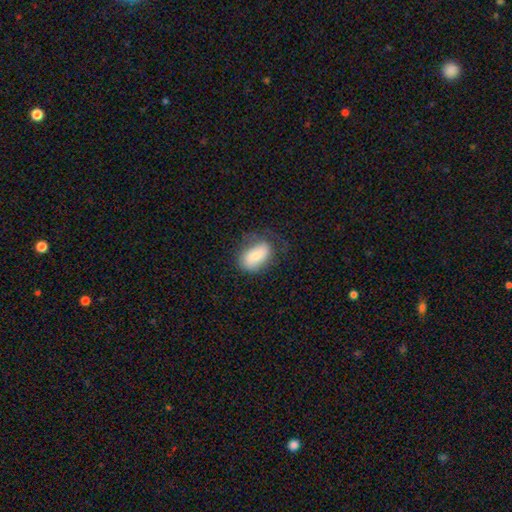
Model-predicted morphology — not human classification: type=smooth (73%); roundness=in between (91%); merging=none (56%).